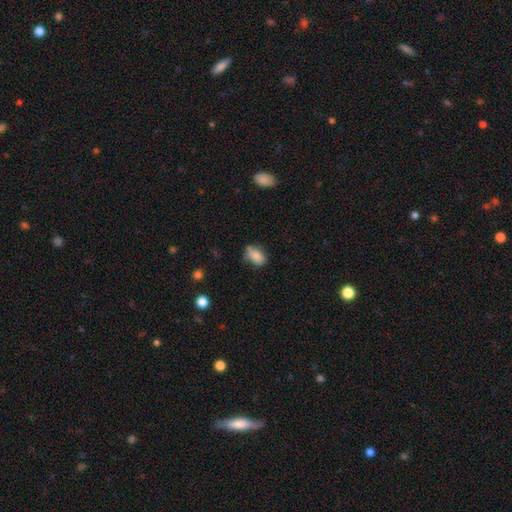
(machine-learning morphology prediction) This appears to be a smooth galaxy with no disk features (82%) that is in between round and cigar-shaped (86%). Merging: none (57%).